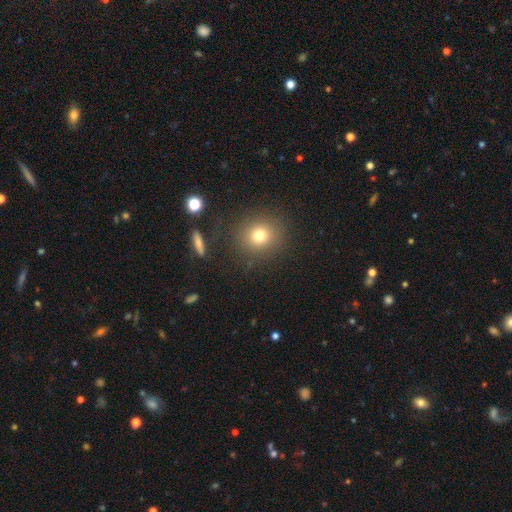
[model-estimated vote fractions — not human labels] smooth-or-featured: smooth: 60% | star or artifact: 31% | featured or disk: 8%
  how-rounded: round: 88% | in between: 11% | cigar-shaped: 1%
  merging: none: 88% | minor disturbance: 6% | merger: 3% | major disturbance: 2%